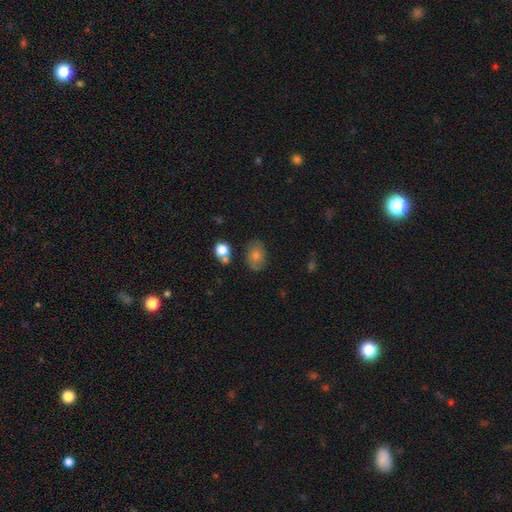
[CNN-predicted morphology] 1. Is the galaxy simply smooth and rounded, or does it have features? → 66% smooth, 21% featured or disk, 13% star or artifact.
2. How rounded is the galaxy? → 68% in between, 31% round, 1% cigar-shaped.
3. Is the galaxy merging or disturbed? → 73% none, 17% minor disturbance, 5% merger, 5% major disturbance.